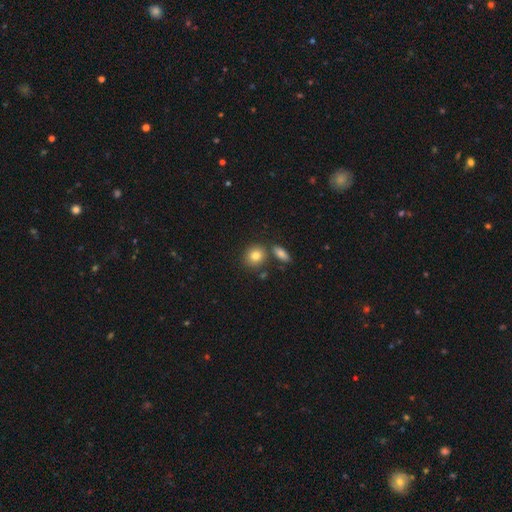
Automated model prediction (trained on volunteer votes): Smooth or featured?
  - smooth: 81% *
  - star or artifact: 10%
  - featured or disk: 9%
How rounded?
  - round: 75% *
  - in between: 23%
  - cigar-shaped: 1%
Merging?
  - none: 73% *
  - merger: 15%
  - minor disturbance: 10%
  - major disturbance: 3%